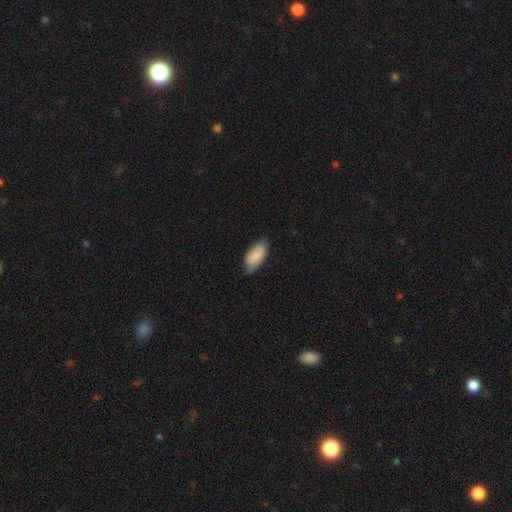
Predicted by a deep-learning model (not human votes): This appears to be a smooth galaxy with no disk features (86%) that is in between round and cigar-shaped (91%). Merging: none (77%).